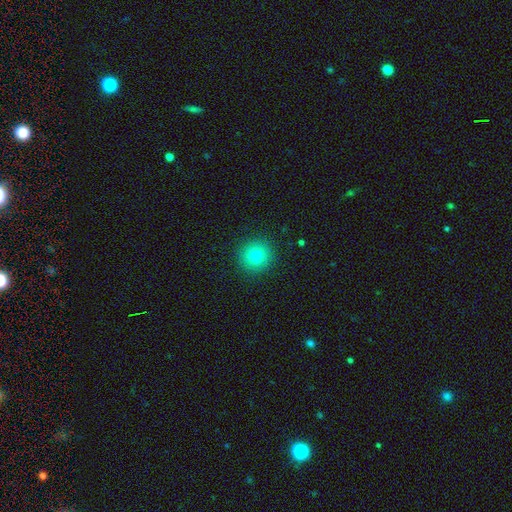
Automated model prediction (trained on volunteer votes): This is clearly a smooth galaxy (80%). How rounded: clearly round (94%). Merging: clearly none (91%).